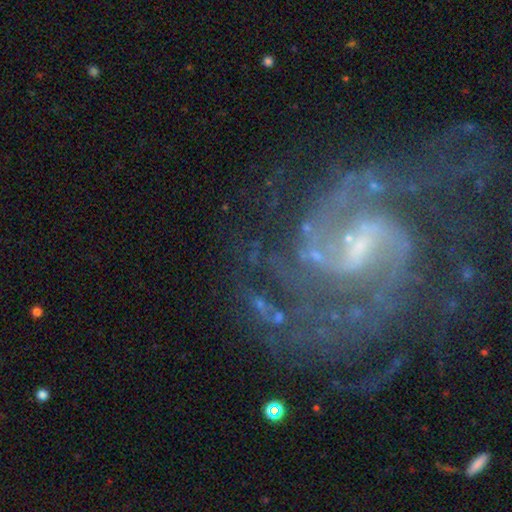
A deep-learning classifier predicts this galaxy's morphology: featured or disk 90%, star or artifact 7%, smooth 3%. Down the decision tree: edge-on disk — no (98%); bar — weak (52%); spiral arms — yes (98%); spiral arm count — 2 (61%); spiral winding — medium (55%); bulge size — small (65%); merging — none (61%).